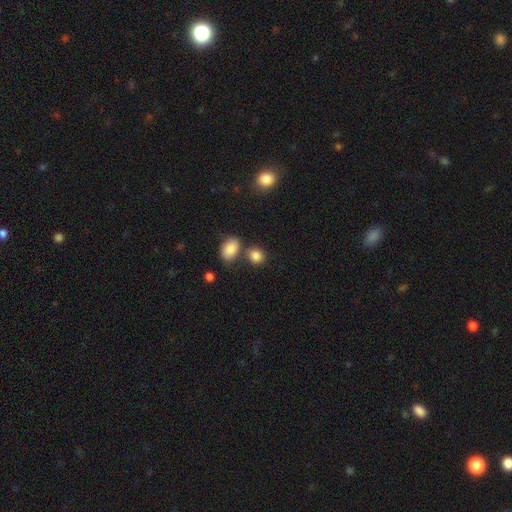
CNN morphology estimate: This appears to be a smooth galaxy with no disk features (85%) that is round (64%). Merging: none (66%).